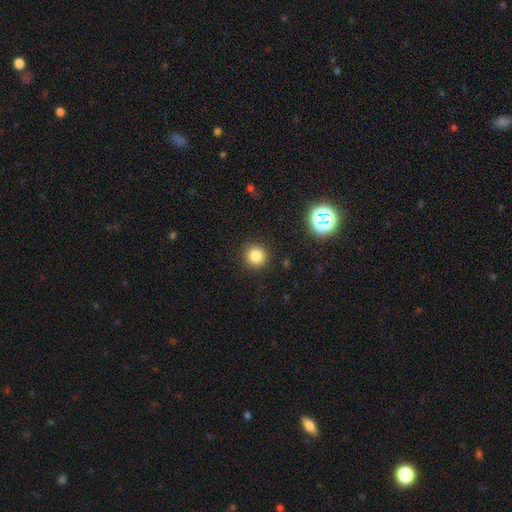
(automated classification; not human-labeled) Smooth or featured: smooth — 82% (star or artifact — 13%)
How rounded: round — 92% (in between — 7%)
Merging: none — 90% (minor disturbance — 6%)